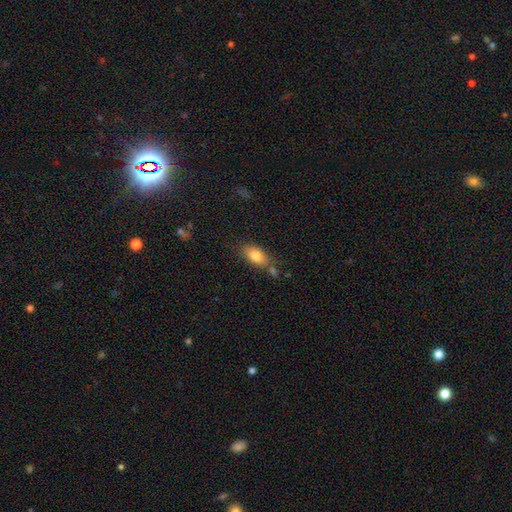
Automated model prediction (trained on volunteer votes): smooth_or_featured: smooth (p=0.81) [alt: featured or disk p=0.11]
how_rounded: in between (p=0.88) [alt: round p=0.06]
merging: none (p=0.63) [alt: minor disturbance p=0.18]